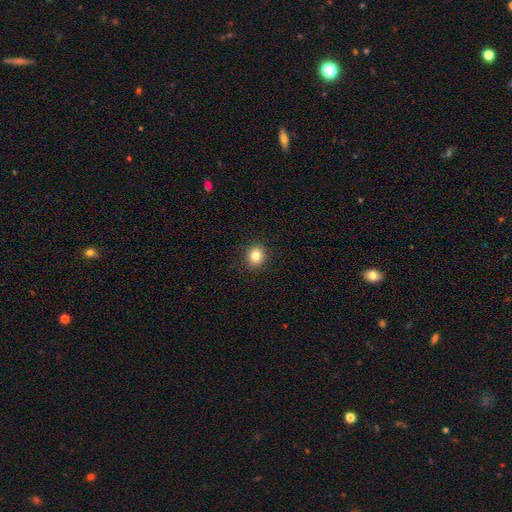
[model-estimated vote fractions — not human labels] smooth_or_featured: smooth (p=0.82) [alt: star or artifact p=0.11]
how_rounded: round (p=0.80) [alt: in between p=0.19]
merging: none (p=0.90) [alt: minor disturbance p=0.07]